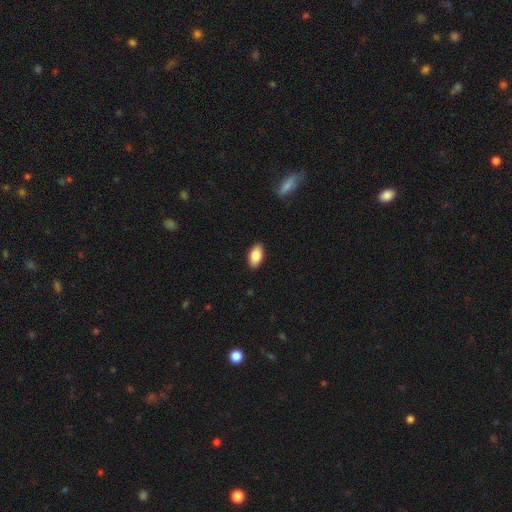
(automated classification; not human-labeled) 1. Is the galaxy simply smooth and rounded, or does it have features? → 86% smooth, 8% featured or disk, 7% star or artifact.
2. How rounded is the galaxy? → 94% in between, 3% round, 3% cigar-shaped.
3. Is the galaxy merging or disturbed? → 90% none, 8% minor disturbance, 2% major disturbance, 1% merger.